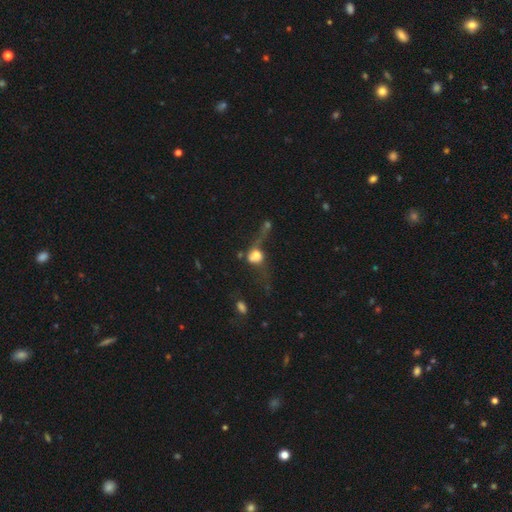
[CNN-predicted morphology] Smooth or featured? smooth (58%)
How rounded? round (52%)
Merging? major disturbance (45%)